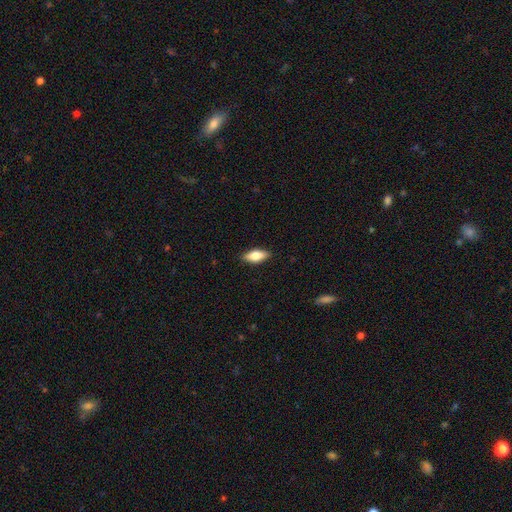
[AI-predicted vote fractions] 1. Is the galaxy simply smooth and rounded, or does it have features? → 72% smooth, 22% featured or disk, 6% star or artifact.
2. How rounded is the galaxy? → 79% in between, 18% cigar-shaped, 3% round.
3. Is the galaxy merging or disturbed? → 88% none, 9% minor disturbance, 2% major disturbance, 1% merger.